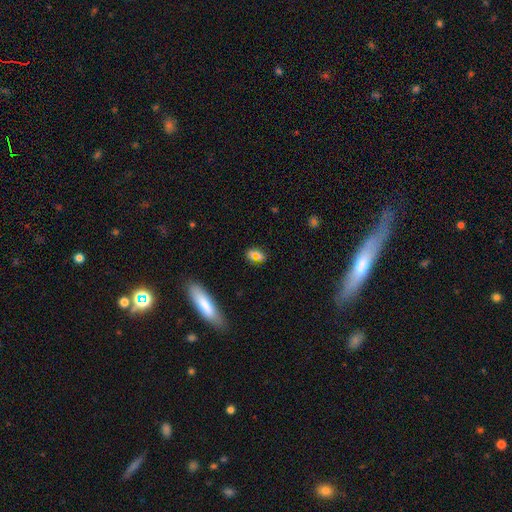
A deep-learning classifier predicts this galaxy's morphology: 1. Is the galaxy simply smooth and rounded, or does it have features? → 63% smooth, 21% star or artifact, 16% featured or disk.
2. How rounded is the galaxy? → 63% in between, 29% round, 8% cigar-shaped.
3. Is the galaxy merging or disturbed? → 61% none, 20% merger, 13% minor disturbance, 6% major disturbance.